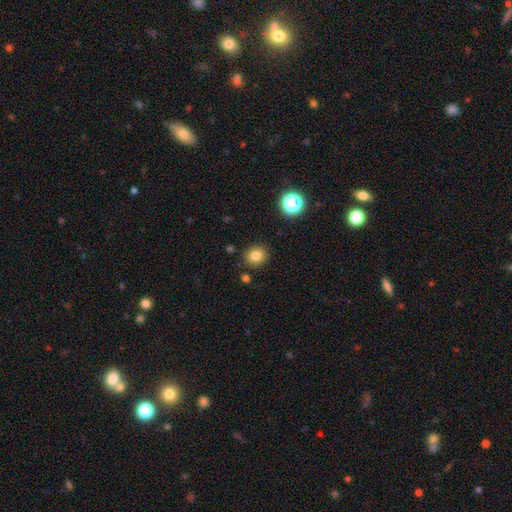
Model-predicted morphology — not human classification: Smooth or featured: smooth — 81% (star or artifact — 13%)
How rounded: round — 79% (in between — 20%)
Merging: none — 87% (minor disturbance — 8%)